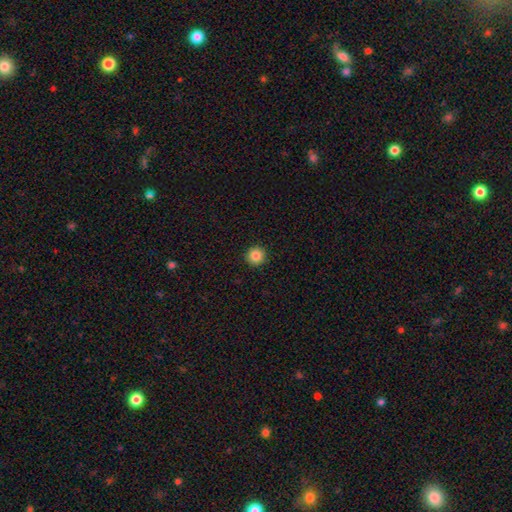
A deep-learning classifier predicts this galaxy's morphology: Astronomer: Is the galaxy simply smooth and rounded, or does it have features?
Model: smooth — 85%.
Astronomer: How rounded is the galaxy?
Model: round — 96%.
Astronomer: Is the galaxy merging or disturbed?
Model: none — 93%.